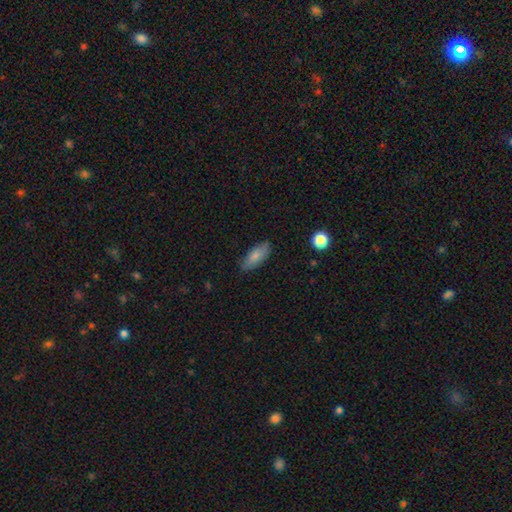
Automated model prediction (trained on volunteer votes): Q: Smooth or featured?
A: smooth (77%); runner-up: featured or disk (17%)
Q: How rounded?
A: in between (83%); runner-up: cigar-shaped (14%)
Q: Merging?
A: none (78%); runner-up: minor disturbance (18%)